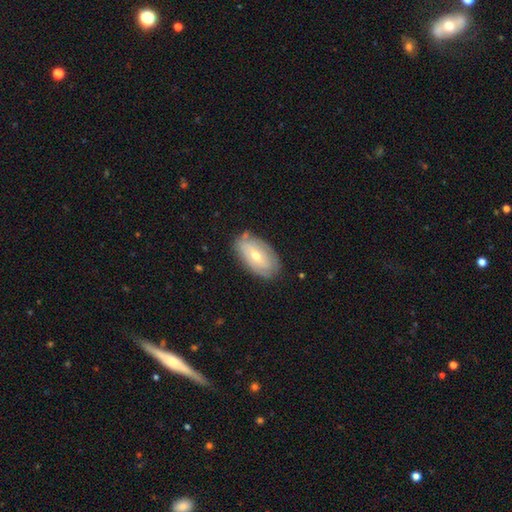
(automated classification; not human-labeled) smooth_or_featured: featured or disk (p=0.51) [alt: smooth p=0.42]
disk_edge_on: no (p=0.89) [alt: yes p=0.11]
merging: none (p=0.77) [alt: minor disturbance p=0.17]